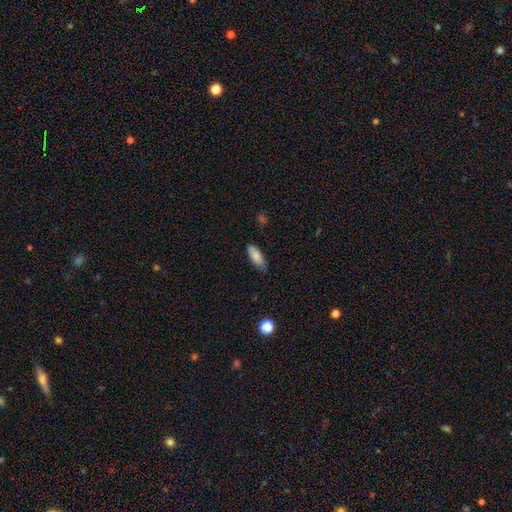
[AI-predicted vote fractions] Morphology: type=smooth (82%); roundness=in between (75%); merging=none (75%).